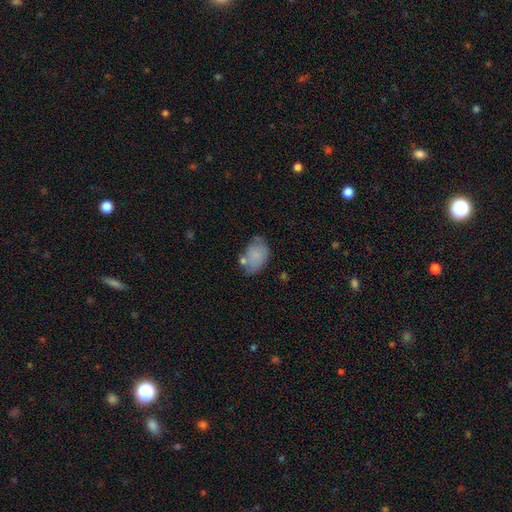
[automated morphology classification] Smooth or featured? smooth (77%)
How rounded? in between (84%)
Merging? none (56%)